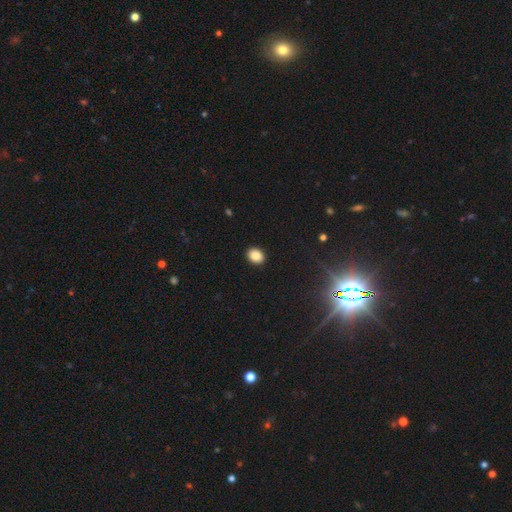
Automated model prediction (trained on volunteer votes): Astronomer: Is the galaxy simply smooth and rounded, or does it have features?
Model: smooth — 87%.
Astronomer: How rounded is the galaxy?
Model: in between — 58% (runner-up: round, 41%).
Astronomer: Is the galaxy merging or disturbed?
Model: none — 91%.